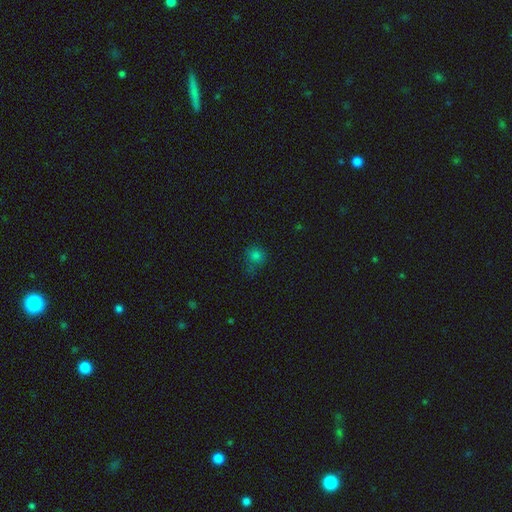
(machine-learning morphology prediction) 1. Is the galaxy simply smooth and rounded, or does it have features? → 75% smooth, 19% star or artifact, 6% featured or disk.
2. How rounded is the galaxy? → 83% round, 16% in between, 1% cigar-shaped.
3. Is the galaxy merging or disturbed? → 61% none, 24% minor disturbance, 10% major disturbance, 5% merger.